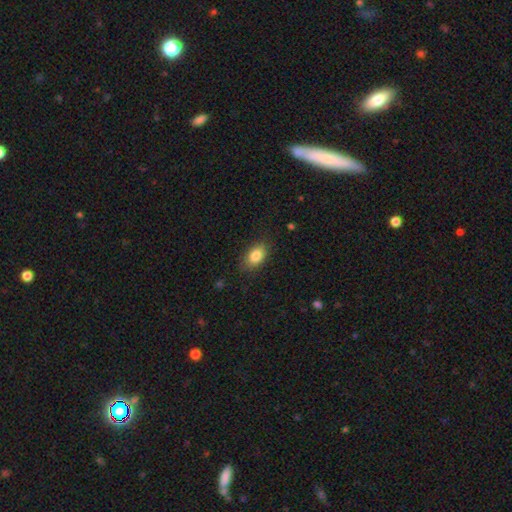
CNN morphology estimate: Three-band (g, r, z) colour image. It shows a smooth galaxy with no disk features (85%) that is in between round and cigar-shaped (88%). Merging: none (82%).